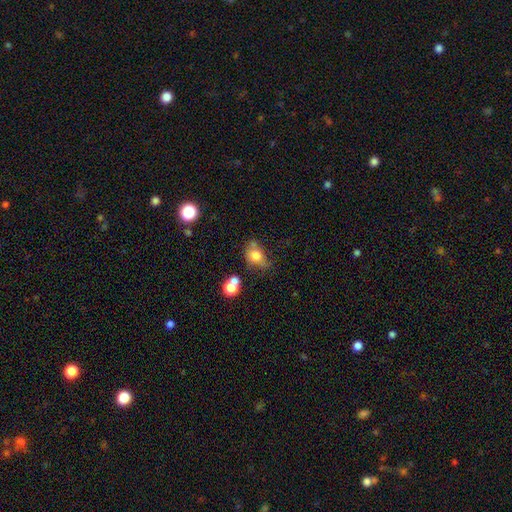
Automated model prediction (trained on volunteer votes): Smooth or featured? smooth (73%)
How rounded? round (49%, tied with in between)
Merging? none (41%)